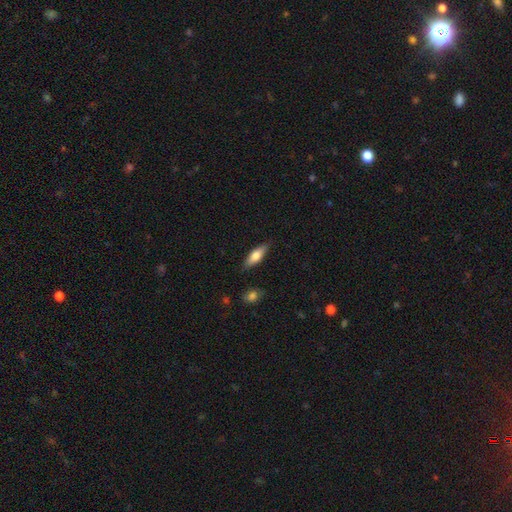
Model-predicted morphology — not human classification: The model was most divided on "how rounded": in between: 56%, cigar-shaped: 42%, round: 2%. More confident: merging — none (85%); smooth or featured — smooth (70%).